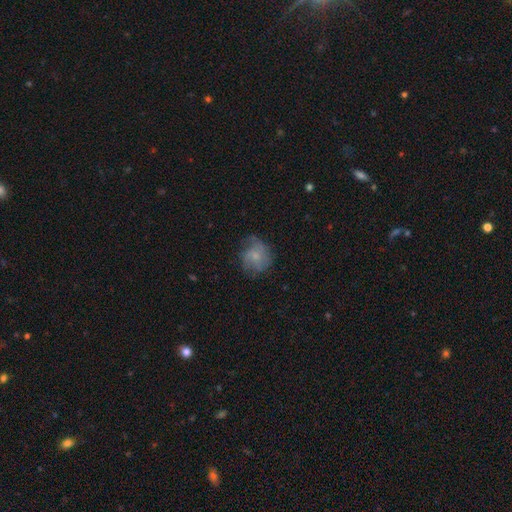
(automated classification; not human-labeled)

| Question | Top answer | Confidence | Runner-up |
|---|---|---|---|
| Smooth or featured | smooth | 53% | featured or disk (38%) |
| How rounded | round | 75% | in between (24%) |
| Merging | none | 54% | minor disturbance (29%) |